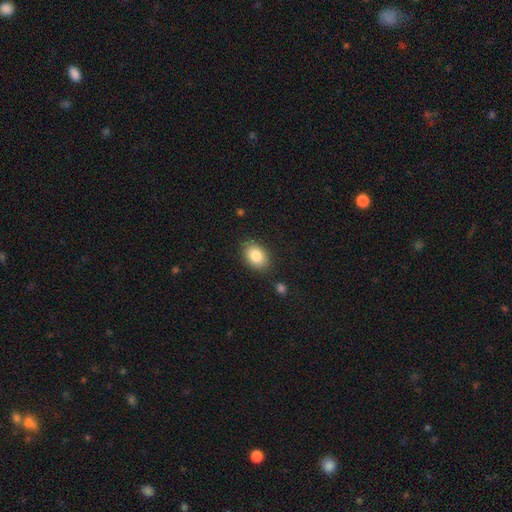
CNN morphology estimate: Smooth or featured? smooth (84%)
How rounded? in between (83%)
Merging? none (84%)